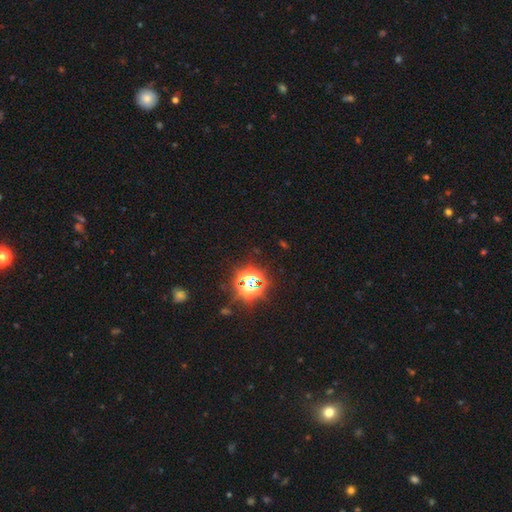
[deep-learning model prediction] This is likely a star or artifact rather than a galaxy (79%).